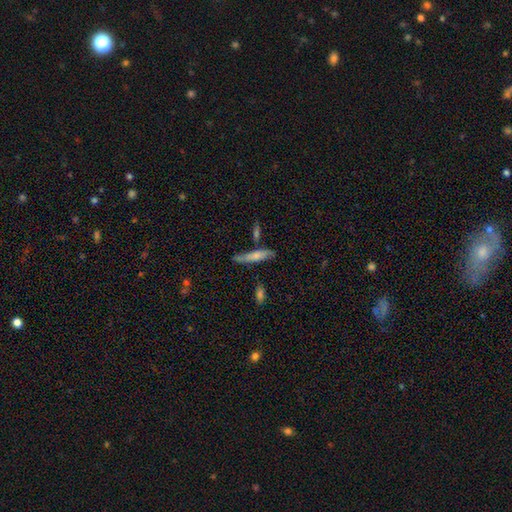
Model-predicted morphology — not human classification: smooth-or-featured: smooth: 65% | featured or disk: 28% | star or artifact: 7%
  how-rounded: cigar-shaped: 75% | in between: 23% | round: 2%
  merging: none: 62% | minor disturbance: 21% | merger: 11% | major disturbance: 6%